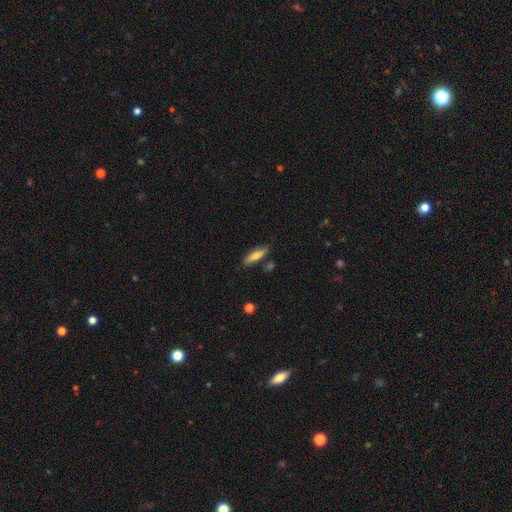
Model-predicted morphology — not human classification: This appears to be a smooth galaxy with no disk features (70%) that is cigar-shaped (65%). Merging: none (80%).